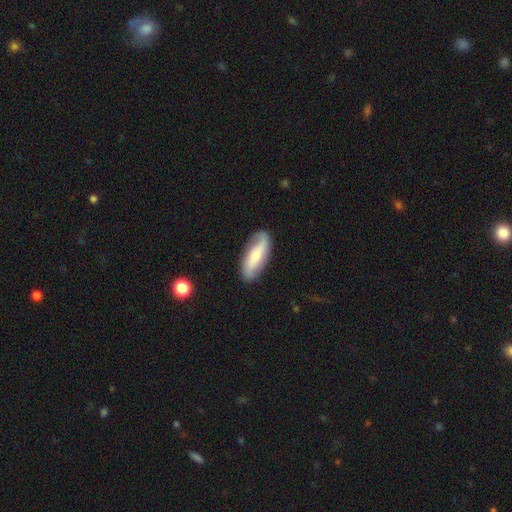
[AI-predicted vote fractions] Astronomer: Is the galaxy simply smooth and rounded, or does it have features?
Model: featured or disk — 53% (runner-up: smooth, 40%).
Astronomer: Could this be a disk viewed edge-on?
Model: no — 83%.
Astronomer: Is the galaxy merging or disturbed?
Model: none — 81%.